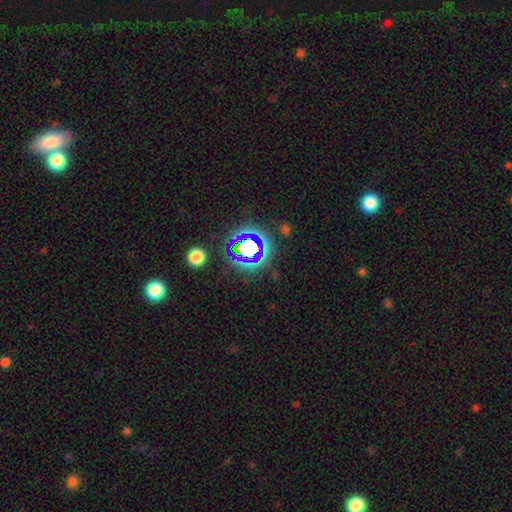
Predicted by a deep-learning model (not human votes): smooth_or_featured: star or artifact (p=0.73) [alt: smooth p=0.16]